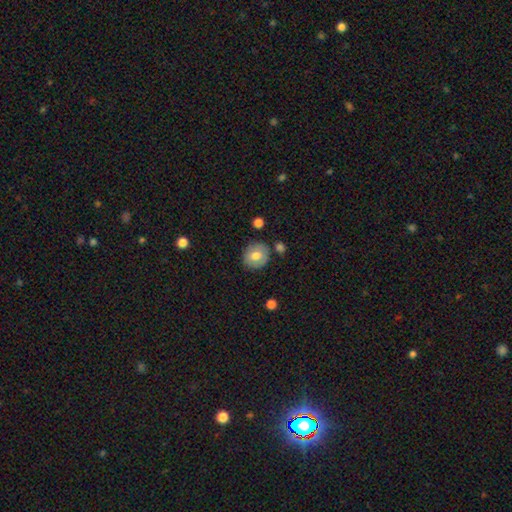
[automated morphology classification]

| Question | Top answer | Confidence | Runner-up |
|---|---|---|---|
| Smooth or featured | smooth | 69% | featured or disk (23%) |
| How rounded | round | 76% | in between (23%) |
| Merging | none | 79% | minor disturbance (13%) |